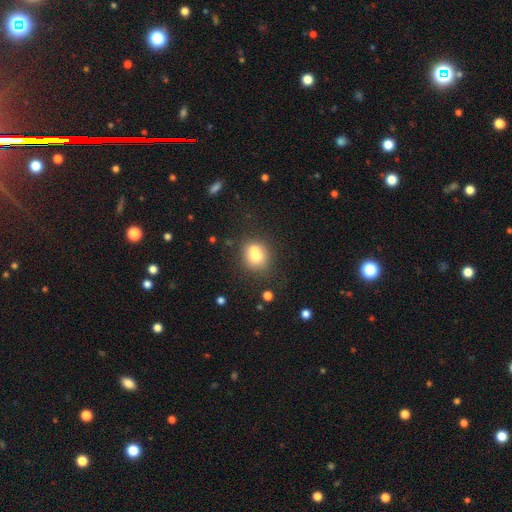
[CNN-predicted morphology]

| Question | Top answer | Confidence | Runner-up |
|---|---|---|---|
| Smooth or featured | smooth | 69% | featured or disk (19%) |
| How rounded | round | 70% | in between (29%) |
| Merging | none | 44% | merger (41%) |